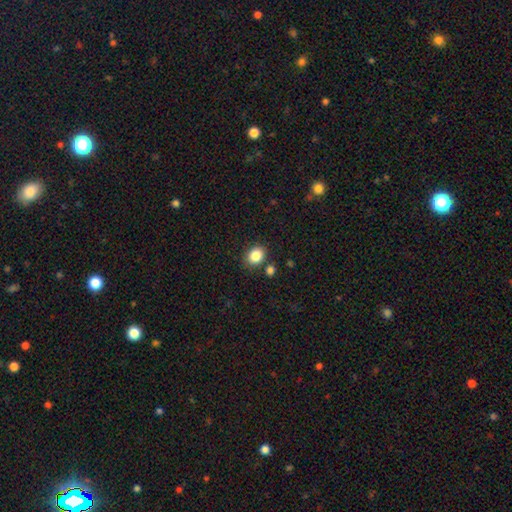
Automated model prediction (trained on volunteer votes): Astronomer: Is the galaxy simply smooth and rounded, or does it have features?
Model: smooth — 86%.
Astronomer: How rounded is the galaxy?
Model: round — 54% (runner-up: in between, 45%).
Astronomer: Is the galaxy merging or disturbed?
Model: none — 81%.